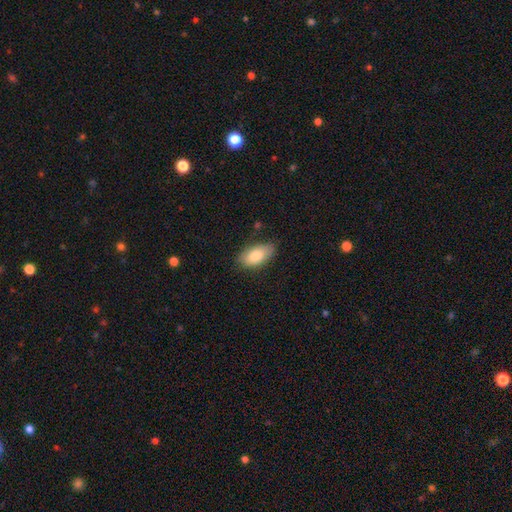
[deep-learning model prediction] smooth-or-featured: smooth: 80% | featured or disk: 13% | star or artifact: 7%
  how-rounded: in between: 93% | round: 4% | cigar-shaped: 4%
  merging: none: 77% | minor disturbance: 18% | major disturbance: 3% | merger: 1%